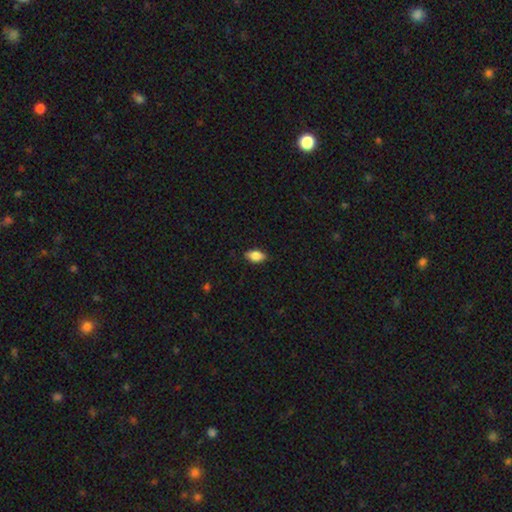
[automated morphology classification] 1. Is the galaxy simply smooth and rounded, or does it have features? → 85% smooth, 8% featured or disk, 7% star or artifact.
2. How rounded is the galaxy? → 90% in between, 6% round, 4% cigar-shaped.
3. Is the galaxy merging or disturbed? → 83% none, 14% minor disturbance, 2% major disturbance, 1% merger.